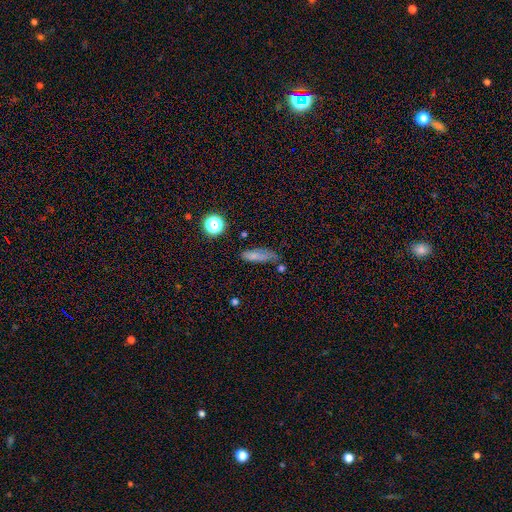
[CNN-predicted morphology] Q: Smooth or featured?
A: smooth (72%); runner-up: star or artifact (15%)
Q: How rounded?
A: cigar-shaped (58%); runner-up: in between (37%)
Q: Merging?
A: none (58%); runner-up: minor disturbance (26%)